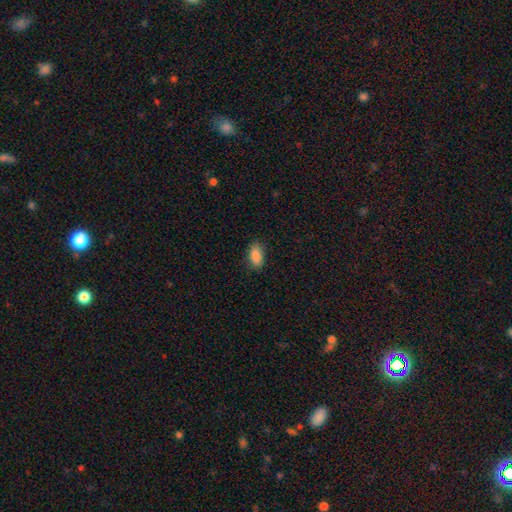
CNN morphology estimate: Smooth or featured? smooth (87%)
How rounded? in between (90%)
Merging? none (85%)